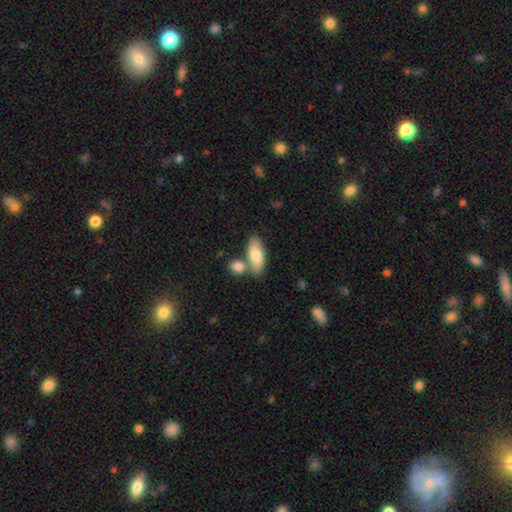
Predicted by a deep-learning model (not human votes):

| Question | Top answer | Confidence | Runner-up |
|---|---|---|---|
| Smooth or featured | smooth | 77% | featured or disk (17%) |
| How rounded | in between | 82% | cigar-shaped (15%) |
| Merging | none | 57% | merger (28%) |